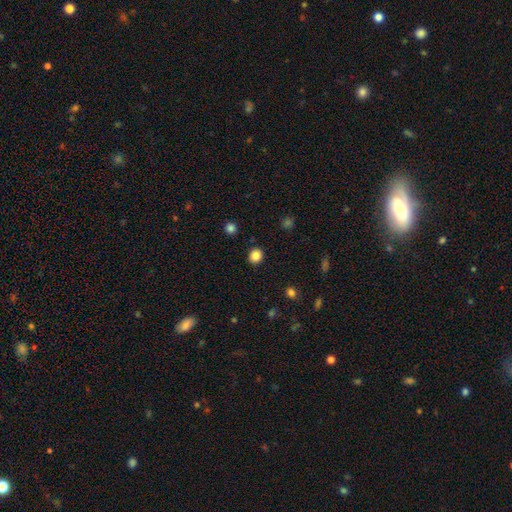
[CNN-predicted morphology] Smooth or featured?
  - smooth: 85% *
  - star or artifact: 11%
  - featured or disk: 4%
How rounded?
  - round: 79% *
  - in between: 20%
  - cigar-shaped: 1%
Merging?
  - none: 90% *
  - minor disturbance: 7%
  - major disturbance: 2%
  - merger: 2%